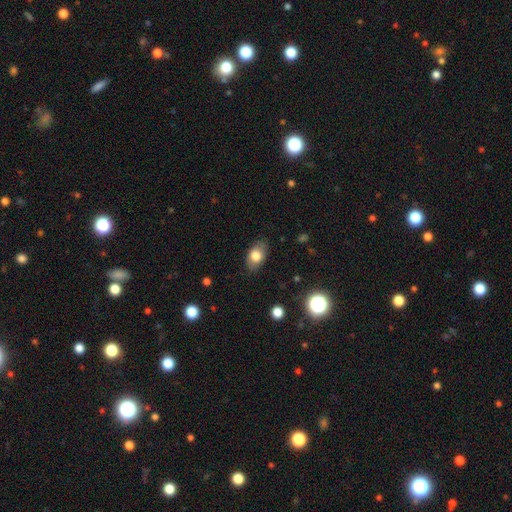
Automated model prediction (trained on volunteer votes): Smooth or featured? smooth (78%)
How rounded? in between (84%)
Merging? none (81%)